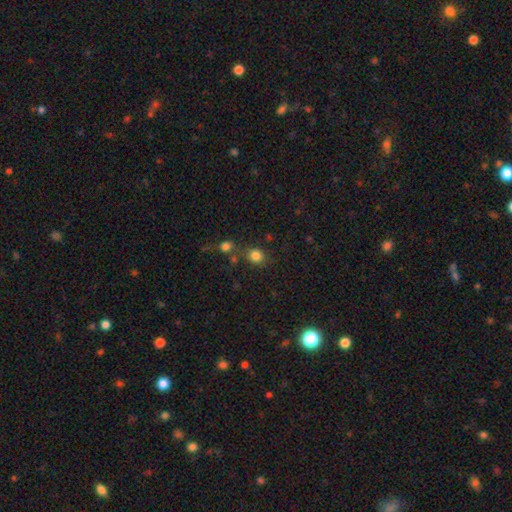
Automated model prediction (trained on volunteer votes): This appears to be a smooth galaxy with no disk features (82%) that is round (80%). Merging: none (70%).